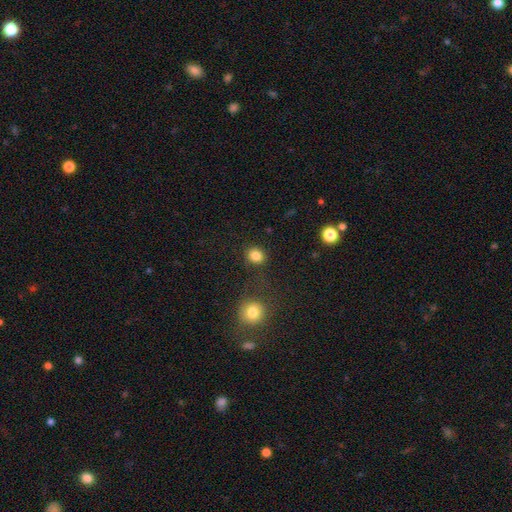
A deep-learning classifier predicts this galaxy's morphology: smooth 83%, star or artifact 12%, featured or disk 5%. Down the decision tree: how rounded — round (79%); merging — none (84%).